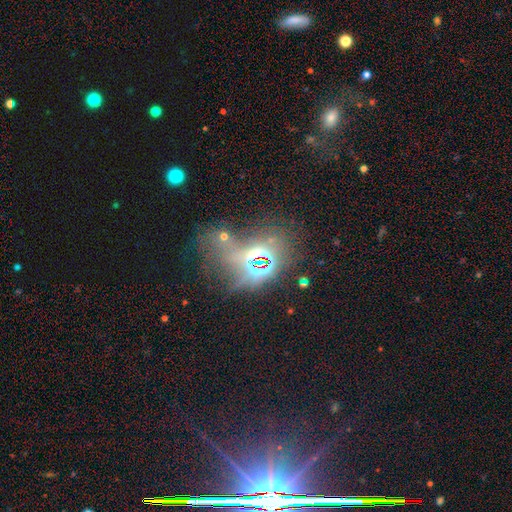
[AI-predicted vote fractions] A star or artifact, not a galaxy (61%).

Vote fractions:
- Smooth or featured? star or artifact: 61% / smooth: 19% / featured or disk: 19%